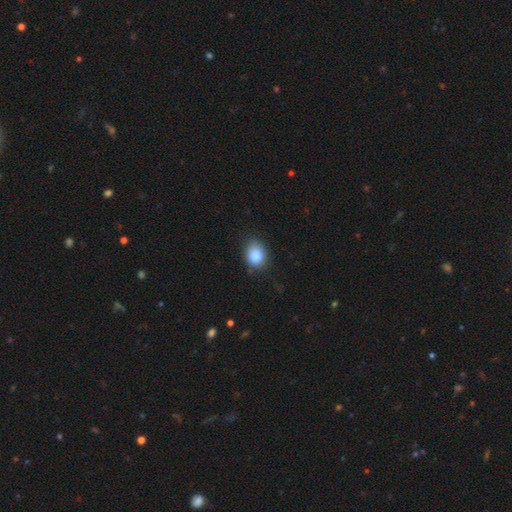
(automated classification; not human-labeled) This appears to be a smooth galaxy with no disk features (87%) that is in between round and cigar-shaped (62%). Merging: none (73%).